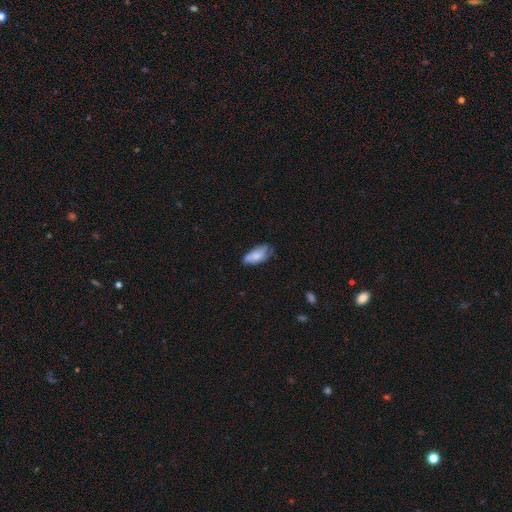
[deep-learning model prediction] Smooth or featured? Predicted: smooth (p=0.67). How rounded? Predicted: in between (p=0.86). Merging? Predicted: none (p=0.50).